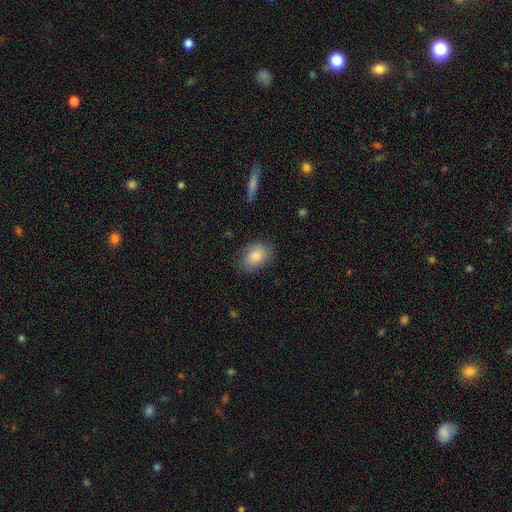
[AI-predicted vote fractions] smooth 84%, featured or disk 9%, star or artifact 7%. Down the decision tree: how rounded — in between (80%); merging — none (81%).